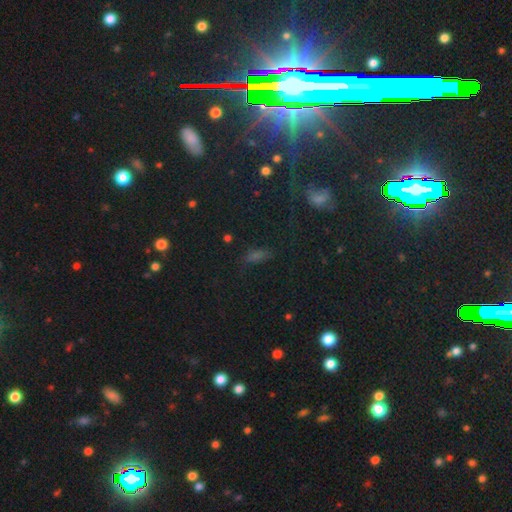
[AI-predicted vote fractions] Smooth or featured: smooth — 44% (star or artifact — 40%)
Merging: none — 67% (minor disturbance — 17%)